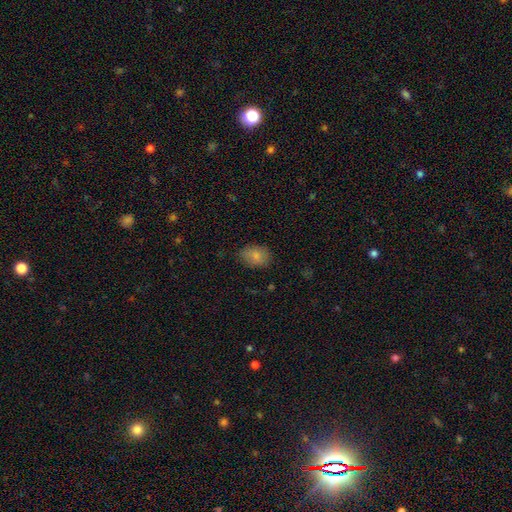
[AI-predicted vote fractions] smooth_or_featured: smooth (p=0.81) [alt: featured or disk p=0.10]
how_rounded: in between (p=0.69) [alt: round p=0.29]
merging: none (p=0.79) [alt: minor disturbance p=0.17]